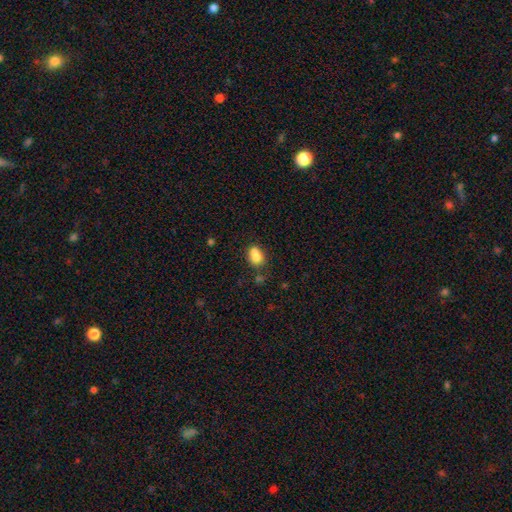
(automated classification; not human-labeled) The model was most divided on "merging": merger: 40%, none: 39%, minor disturbance: 15%, major disturbance: 6%. More confident: smooth or featured — smooth (77%); how rounded — in between (57%).